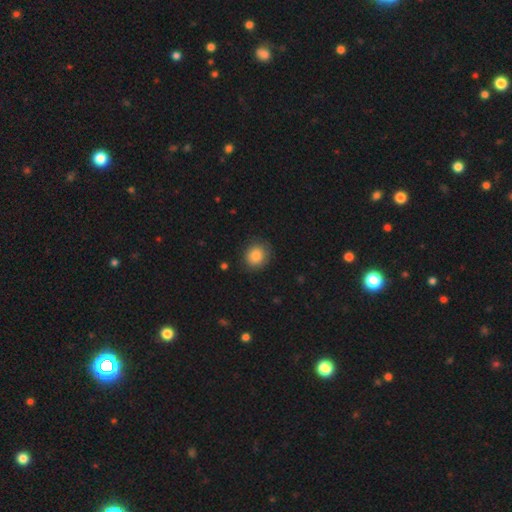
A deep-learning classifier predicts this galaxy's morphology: Smooth or featured? Predicted: smooth (p=0.86). How rounded? Predicted: round (p=0.78). Merging? Predicted: none (p=0.83).